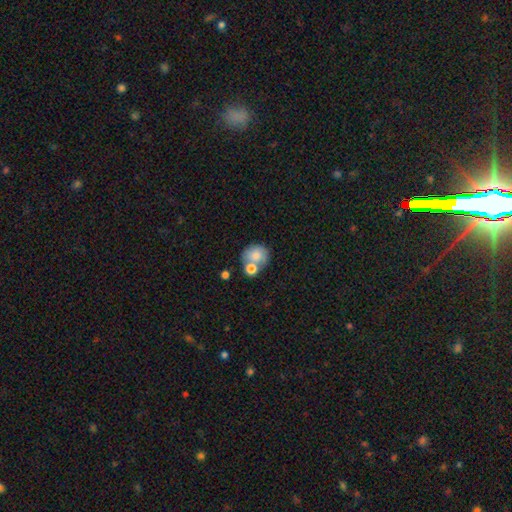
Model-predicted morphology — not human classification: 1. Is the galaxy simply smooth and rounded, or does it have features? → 75% smooth, 17% featured or disk, 9% star or artifact.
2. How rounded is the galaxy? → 73% round, 26% in between, 1% cigar-shaped.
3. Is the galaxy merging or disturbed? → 42% none, 38% merger, 14% minor disturbance, 6% major disturbance.